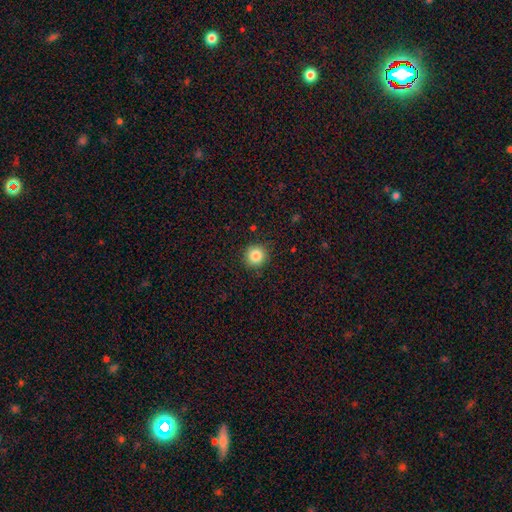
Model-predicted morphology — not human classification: Smooth or featured?
  - smooth: 85% *
  - star or artifact: 10%
  - featured or disk: 5%
How rounded?
  - round: 93% *
  - in between: 6%
  - cigar-shaped: 1%
Merging?
  - none: 91% *
  - minor disturbance: 6%
  - major disturbance: 2%
  - merger: 1%